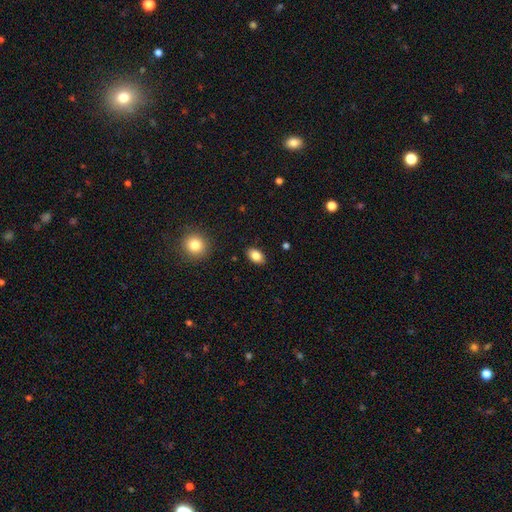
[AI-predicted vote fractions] A smooth galaxy with no disk features (85%) that is in between round and cigar-shaped (86%).

Vote fractions:
- Smooth or featured? smooth: 85% / star or artifact: 9% / featured or disk: 7%
- How rounded? in between: 86% / round: 12% / cigar-shaped: 1%
- Merging? none: 88% / minor disturbance: 9% / major disturbance: 2% / merger: 1%